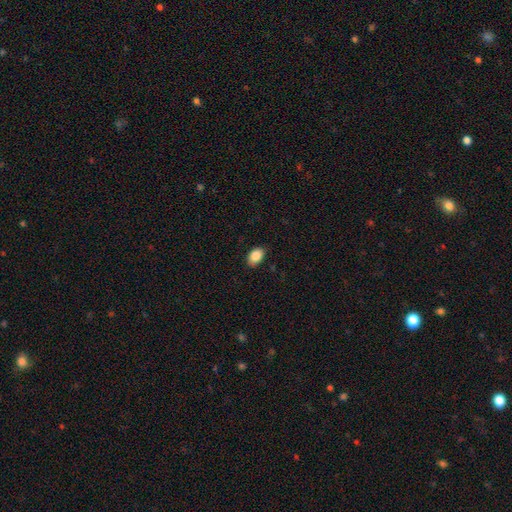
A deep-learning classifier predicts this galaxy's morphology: Smooth or featured? Predicted: smooth (p=0.88). How rounded? Predicted: in between (p=0.88). Merging? Predicted: none (p=0.86).